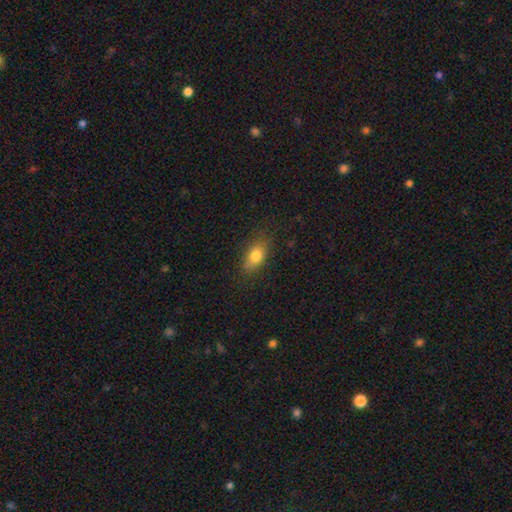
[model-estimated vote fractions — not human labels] Smooth or featured: smooth — 79% (featured or disk — 12%)
How rounded: in between — 80% (round — 11%)
Merging: none — 79% (minor disturbance — 16%)